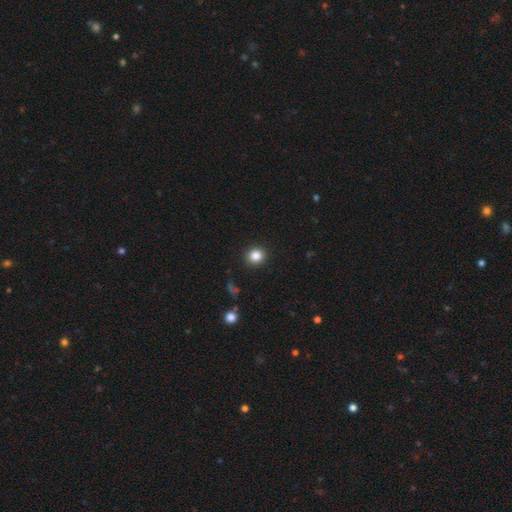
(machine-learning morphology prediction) Smooth or featured? smooth (85%)
How rounded? round (83%)
Merging? none (91%)